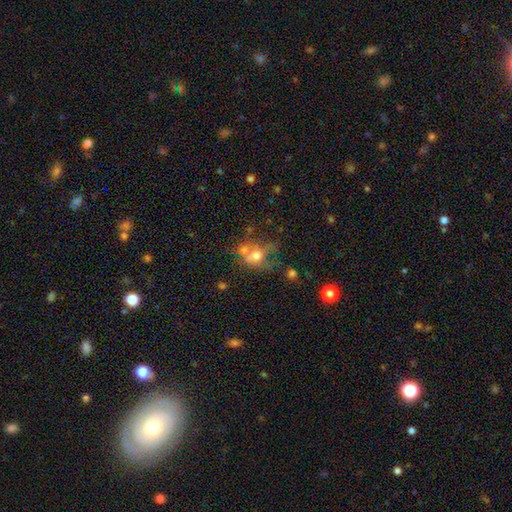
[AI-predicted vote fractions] Smooth or featured? Predicted: smooth (p=0.56). How rounded? Predicted: round (p=0.50). Merging? Predicted: merger (p=0.44).